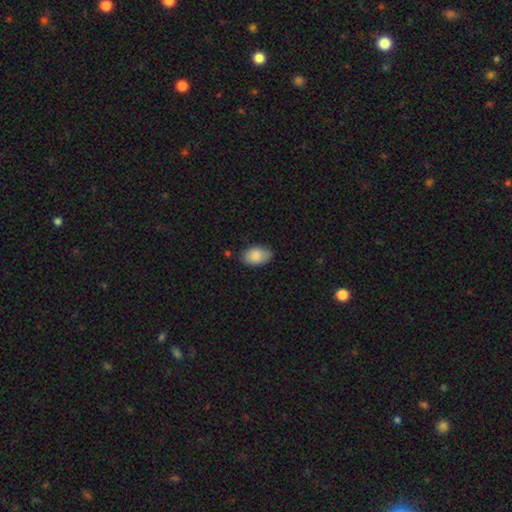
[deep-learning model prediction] The model was most divided on "merging": none: 78%, minor disturbance: 17%, major disturbance: 3%, merger: 2%. More confident: how rounded — in between (92%); smooth or featured — smooth (86%).